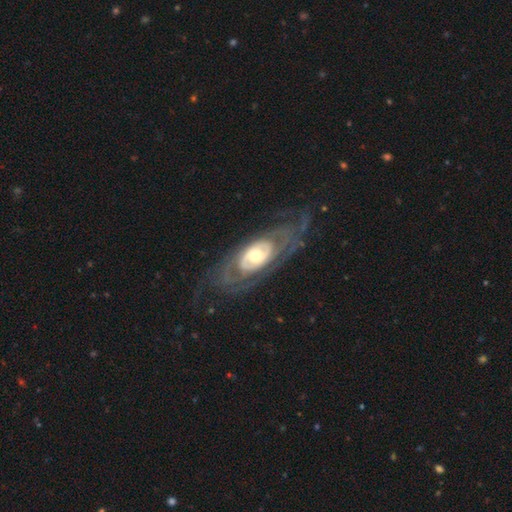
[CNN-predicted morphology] featured or disk 84%, smooth 11%, star or artifact 5%. Down the decision tree: edge-on disk — no (92%); bar — no (72%); spiral arms — yes (81%); spiral arm count — can't tell (41%); spiral winding — tight (61%); bulge size — moderate (66%); merging — none (65%).